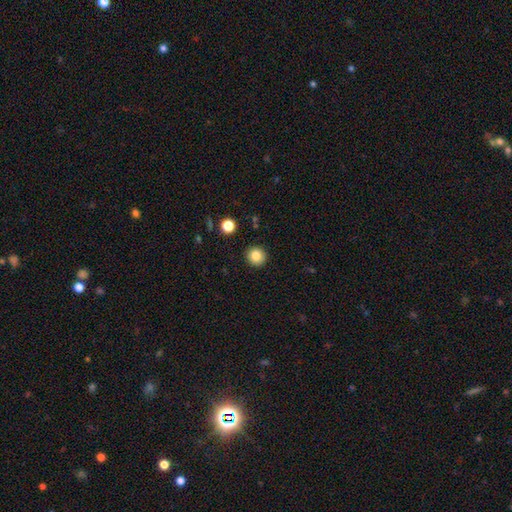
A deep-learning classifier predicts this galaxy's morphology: This appears to be a smooth galaxy with no disk features (83%) that is round (95%). Merging: none (92%).